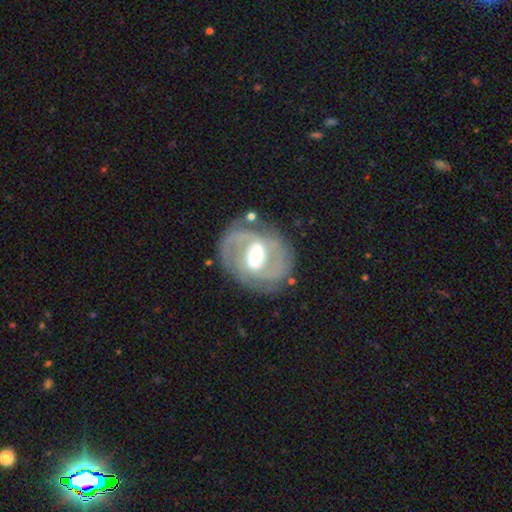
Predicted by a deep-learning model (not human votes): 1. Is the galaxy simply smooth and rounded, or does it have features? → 83% featured or disk, 11% smooth, 5% star or artifact.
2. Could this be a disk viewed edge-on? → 97% no, 3% yes.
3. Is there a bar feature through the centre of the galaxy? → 43% weak, 33% strong, 24% no.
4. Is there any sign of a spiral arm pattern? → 88% yes, 12% no.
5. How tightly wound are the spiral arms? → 44% tight, 42% medium, 14% loose.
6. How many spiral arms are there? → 77% 2, 11% can't tell, 5% 3, 3% 1, 2% 4, 2% more than 4.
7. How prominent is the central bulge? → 58% moderate, 22% small, 17% large, 2% dominant, 1% none.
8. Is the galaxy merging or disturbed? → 75% none, 14% minor disturbance, 8% major disturbance, 3% merger.